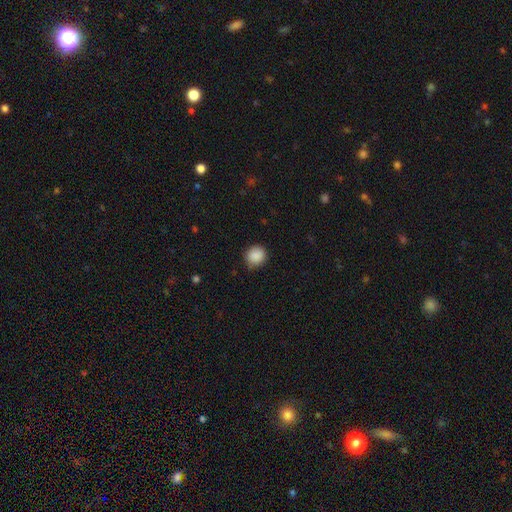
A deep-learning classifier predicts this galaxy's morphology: smooth_or_featured: smooth (p=0.89) [alt: star or artifact p=0.08]
how_rounded: round (p=0.85) [alt: in between p=0.14]
merging: none (p=0.83) [alt: minor disturbance p=0.13]